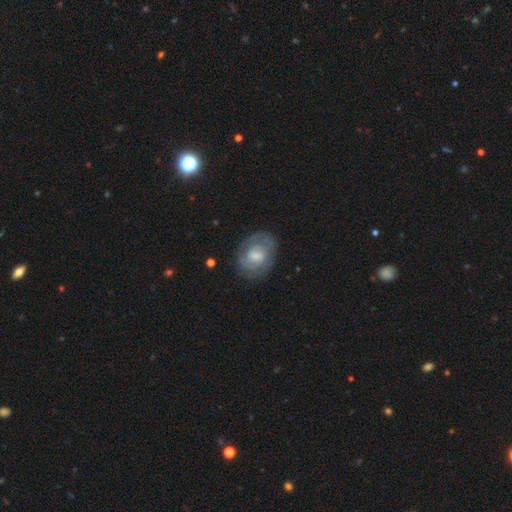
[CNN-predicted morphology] smooth_or_featured: featured or disk (p=0.65) [alt: smooth p=0.28]
disk_edge_on: no (p=0.97) [alt: yes p=0.03]
bar: weak (p=0.48) [alt: no p=0.41]
has_spiral_arms: yes (p=0.76) [alt: no p=0.24]
bulge_size: moderate (p=0.43) [alt: small p=0.35]
merging: none (p=0.72) [alt: minor disturbance p=0.18]